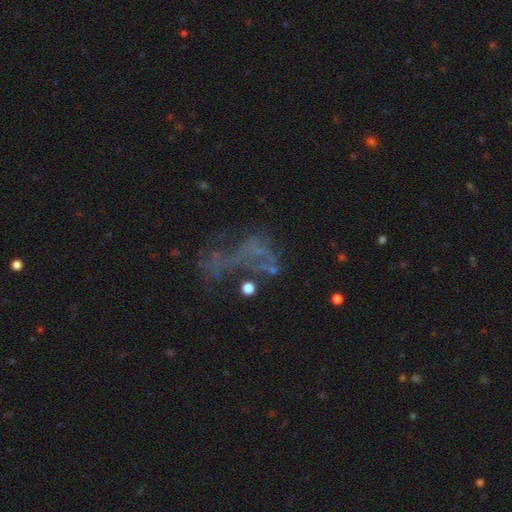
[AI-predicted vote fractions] A featured or disk galaxy (47%).

Vote fractions:
- Smooth or featured? featured or disk: 47% / star or artifact: 33% / smooth: 20%
- Merging? major disturbance: 44% / none: 30% / merger: 14% / minor disturbance: 12%